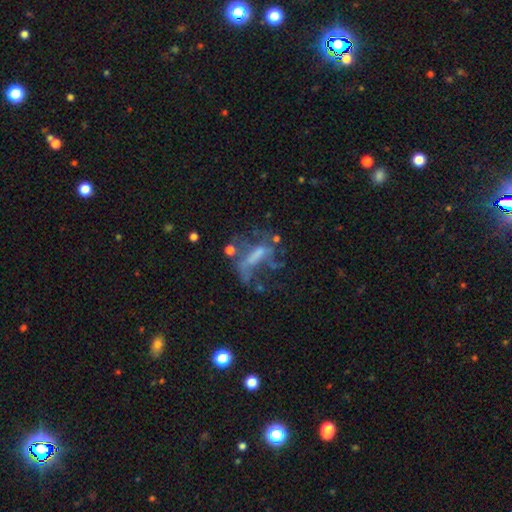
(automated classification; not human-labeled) Q: Smooth or featured?
A: featured or disk (55%); runner-up: smooth (28%)
Q: Edge-on disk?
A: no (89%); runner-up: yes (11%)
Q: Merging?
A: major disturbance (42%); runner-up: none (31%)